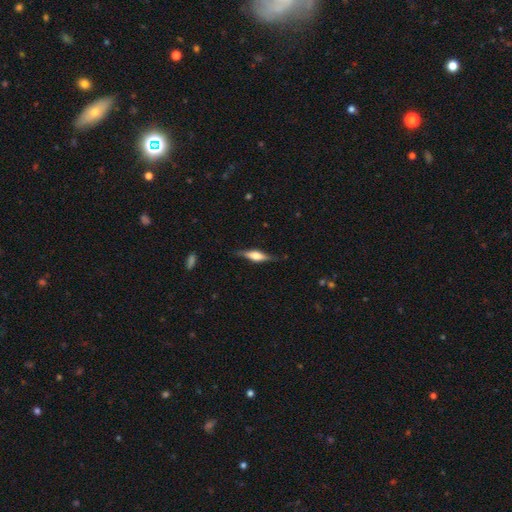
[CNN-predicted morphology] Smooth or featured? Predicted: featured or disk (p=0.62). Edge-on disk? Predicted: yes (p=0.95). Edge-on bulge? Predicted: rounded (p=0.76). Merging? Predicted: none (p=0.80).